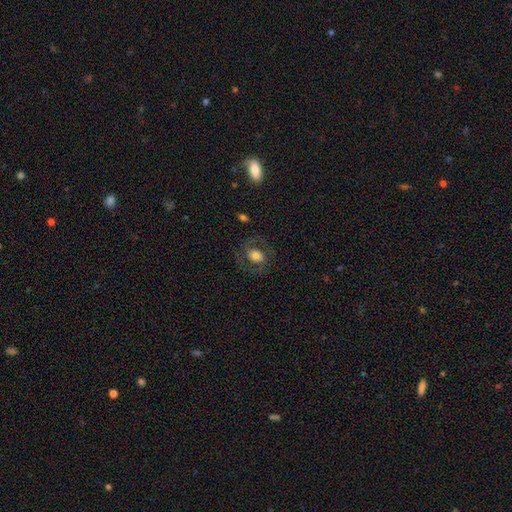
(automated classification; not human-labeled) smooth-or-featured: featured or disk: 46% | smooth: 45% | star or artifact: 9%
  merging: none: 75% | minor disturbance: 13% | major disturbance: 11% | merger: 1%